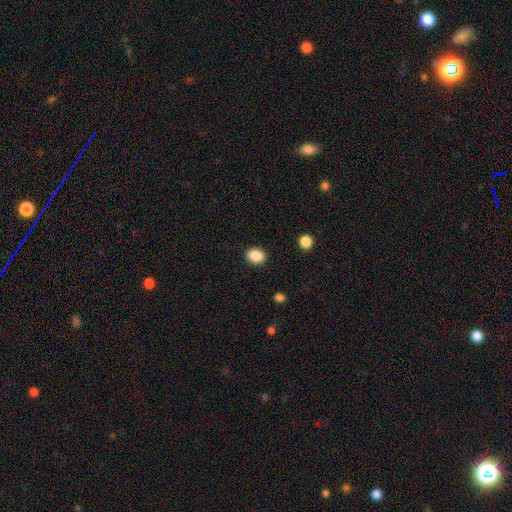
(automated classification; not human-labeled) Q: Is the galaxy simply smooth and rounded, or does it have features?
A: smooth — 88%.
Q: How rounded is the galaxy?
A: in between — 53%.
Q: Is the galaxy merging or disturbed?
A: none — 89%.